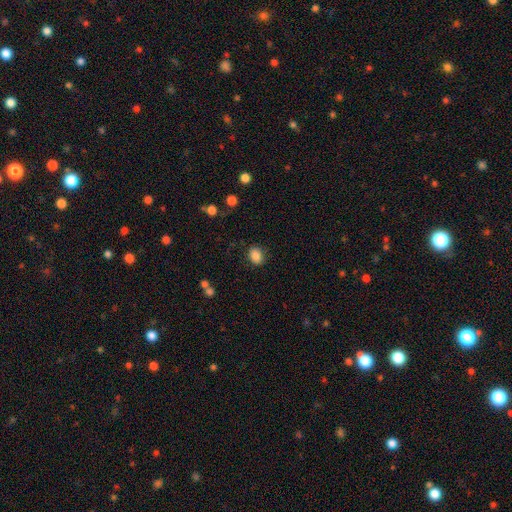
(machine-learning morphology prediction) smooth_or_featured: smooth (p=0.86) [alt: star or artifact p=0.09]
how_rounded: in between (p=0.60) [alt: round p=0.39]
merging: none (p=0.85) [alt: minor disturbance p=0.10]